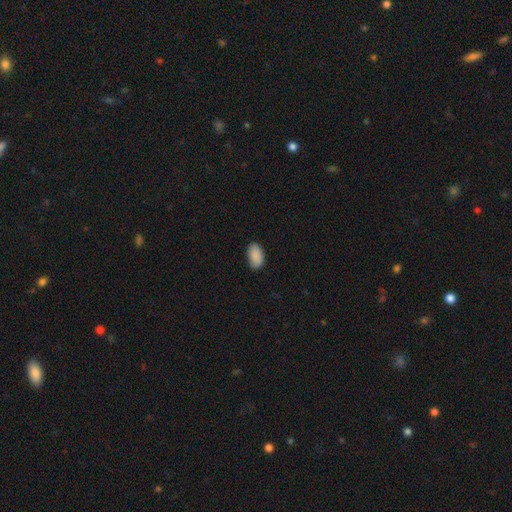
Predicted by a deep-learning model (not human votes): The model was most divided on "merging": none: 81%, minor disturbance: 16%, major disturbance: 3%, merger: 1%. More confident: how rounded — in between (94%); smooth or featured — smooth (90%).